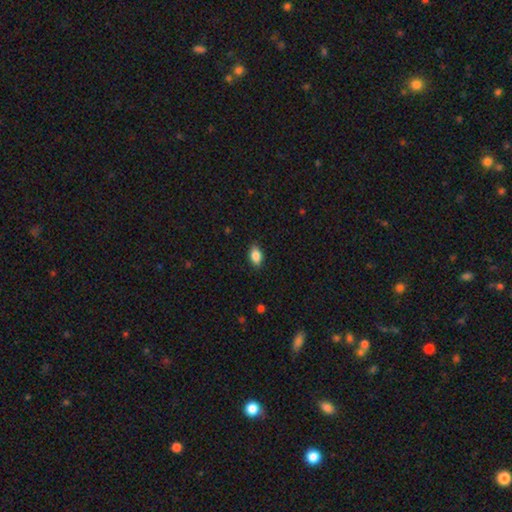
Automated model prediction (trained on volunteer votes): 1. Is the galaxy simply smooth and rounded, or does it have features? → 86% smooth, 8% star or artifact, 7% featured or disk.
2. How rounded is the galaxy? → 89% in between, 8% round, 3% cigar-shaped.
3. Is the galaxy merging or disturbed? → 87% none, 10% minor disturbance, 2% major disturbance, 1% merger.